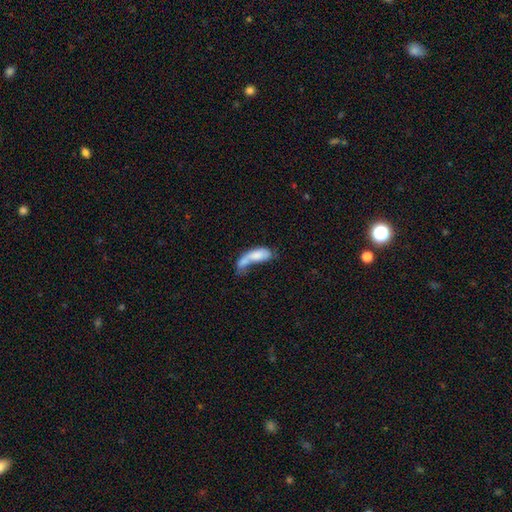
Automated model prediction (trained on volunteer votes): smooth 70%, featured or disk 23%, star or artifact 7%. Down the decision tree: how rounded — in between (69%); merging — merger (49%).